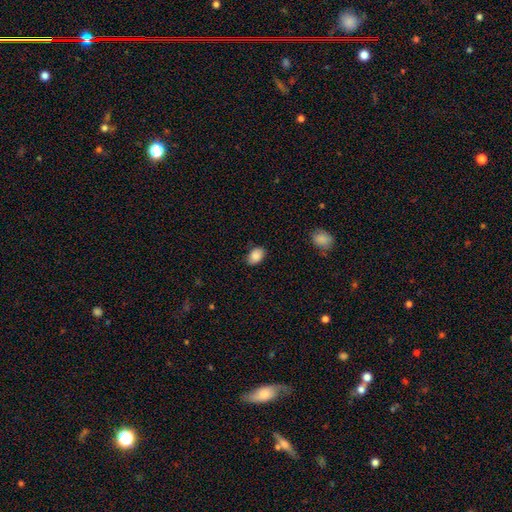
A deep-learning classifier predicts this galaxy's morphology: The model was most divided on "merging": none: 82%, minor disturbance: 14%, major disturbance: 3%, merger: 1%. More confident: smooth or featured — smooth (87%); how rounded — in between (84%).